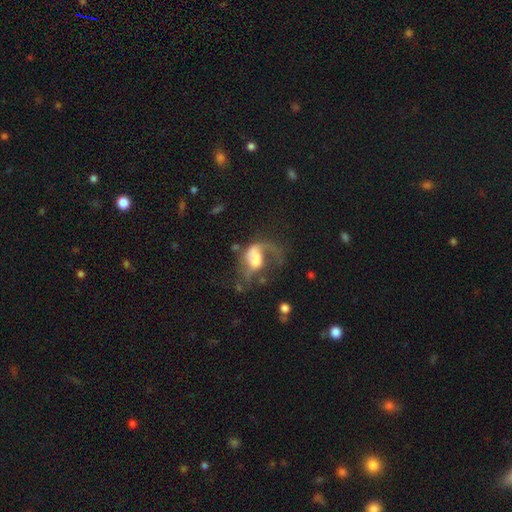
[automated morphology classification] Q: Smooth or featured?
A: featured or disk (58%); runner-up: smooth (32%)
Q: Edge-on disk?
A: no (97%); runner-up: yes (3%)
Q: Bar?
A: no (67%); runner-up: weak (25%)
Q: Spiral arms?
A: yes (61%); runner-up: no (39%)
Q: Bulge size?
A: moderate (30%); runner-up: large (27%)
Q: Merging?
A: major disturbance (57%); runner-up: none (19%)